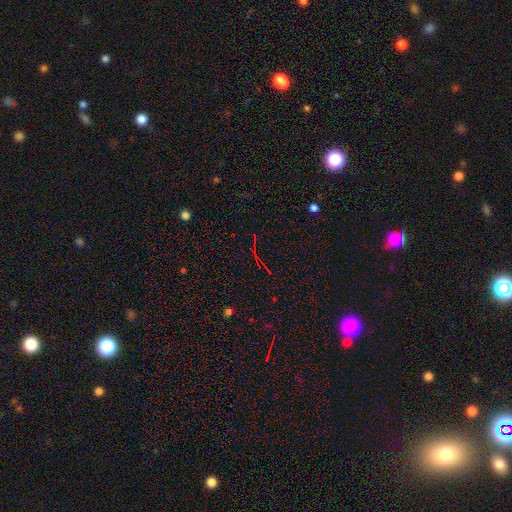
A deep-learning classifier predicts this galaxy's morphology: Smooth or featured?
  - star or artifact: 75% *
  - smooth: 13%
  - featured or disk: 12%